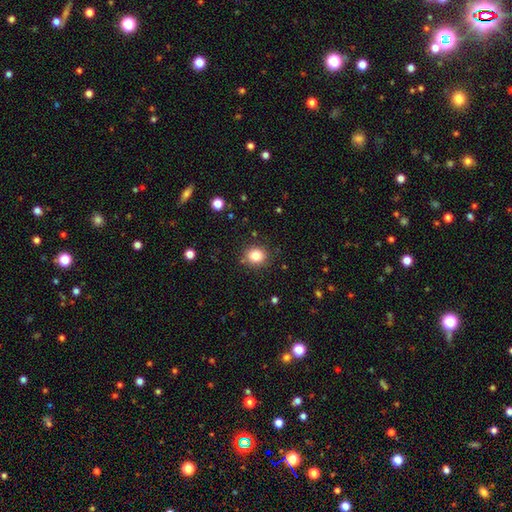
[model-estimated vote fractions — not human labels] Morphology: type=smooth (83%); roundness=round (75%); merging=none (86%).